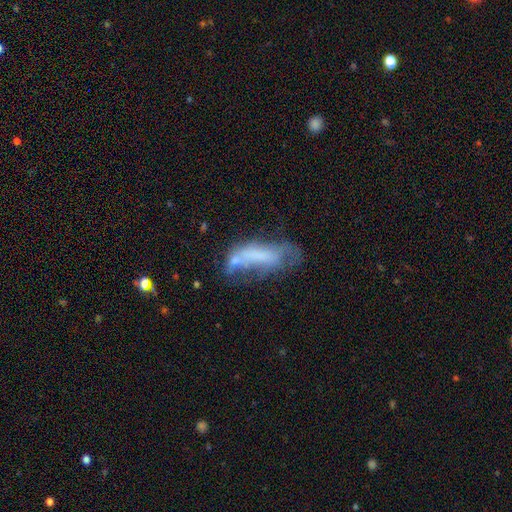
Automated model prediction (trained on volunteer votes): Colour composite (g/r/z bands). It shows a smooth galaxy with no disk features (49%). Merging: major disturbance (34%).